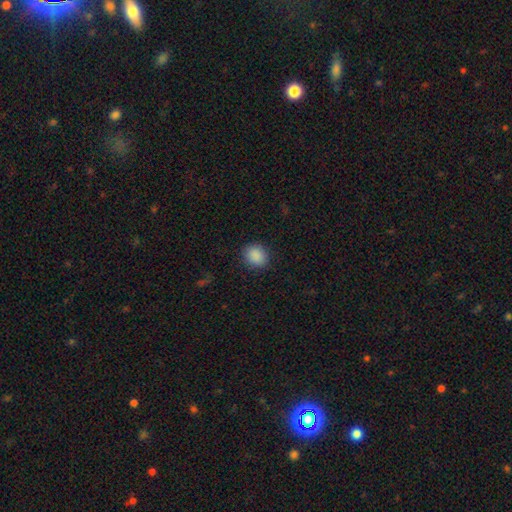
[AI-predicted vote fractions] smooth 89%, star or artifact 9%, featured or disk 3%. Down the decision tree: how rounded — round (64%); merging — none (88%).